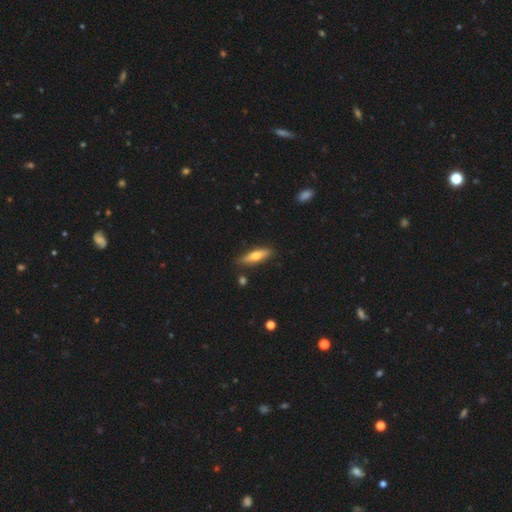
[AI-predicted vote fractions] Smooth or featured?
  - smooth: 59% *
  - featured or disk: 35%
  - star or artifact: 6%
How rounded?
  - cigar-shaped: 66% *
  - in between: 32%
  - round: 2%
Merging?
  - none: 86% *
  - minor disturbance: 10%
  - merger: 2%
  - major disturbance: 2%